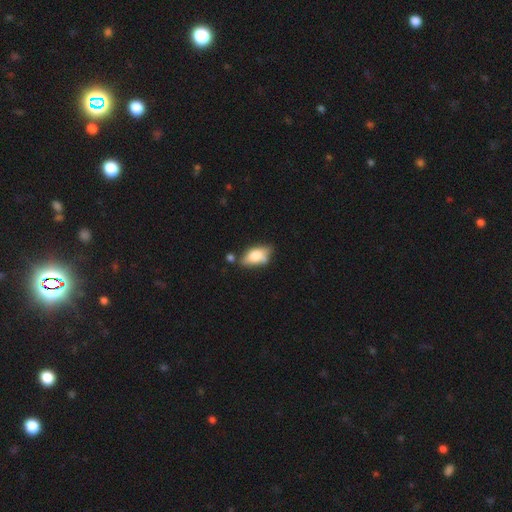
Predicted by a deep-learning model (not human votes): The model was most divided on "merging": none: 52%, minor disturbance: 26%, merger: 14%, major disturbance: 8%. More confident: how rounded — in between (88%); smooth or featured — smooth (70%).